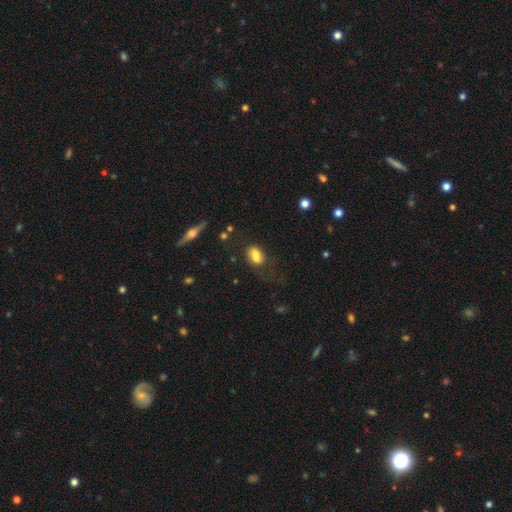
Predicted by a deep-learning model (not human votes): Overall: smooth (71%). How rounded: in between (85%). Merging: none (49%; minor disturbance 24%).